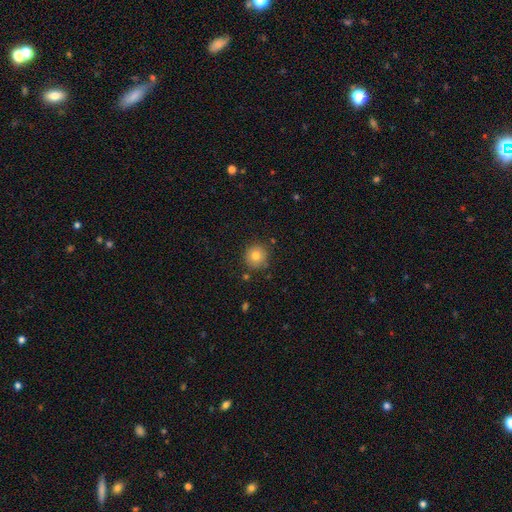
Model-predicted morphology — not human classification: type=smooth (79%); roundness=round (93%); merging=none (85%).